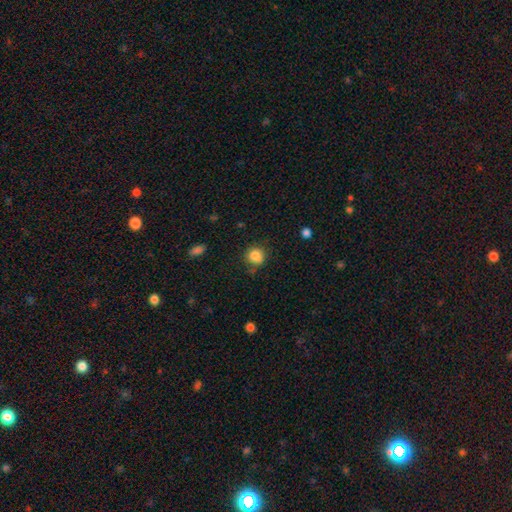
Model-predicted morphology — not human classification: Overall: smooth (85%). How rounded: round (77%). Merging: none (73%).